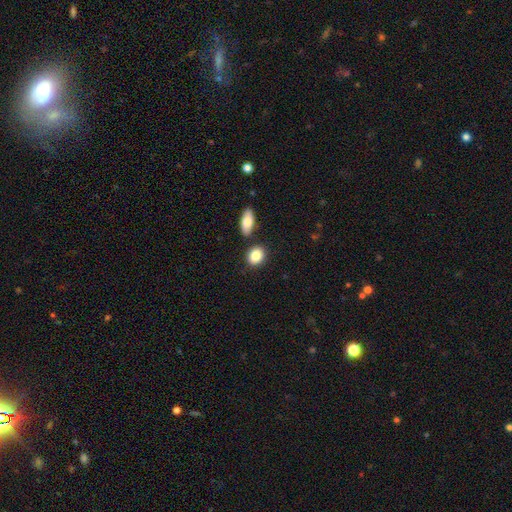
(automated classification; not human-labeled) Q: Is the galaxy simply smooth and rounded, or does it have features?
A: smooth — 86%.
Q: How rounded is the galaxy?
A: in between — 59%.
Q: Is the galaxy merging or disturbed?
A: none — 77%.